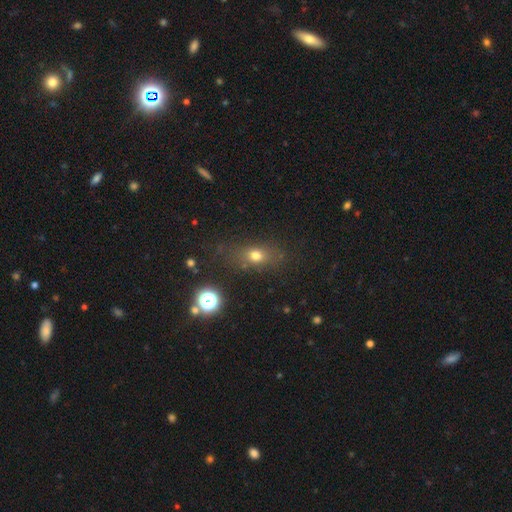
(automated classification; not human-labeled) Smooth or featured?
  - smooth: 67% *
  - star or artifact: 20%
  - featured or disk: 13%
How rounded?
  - in between: 53% *
  - round: 38%
  - cigar-shaped: 9%
Merging?
  - none: 71% *
  - minor disturbance: 16%
  - major disturbance: 9%
  - merger: 4%